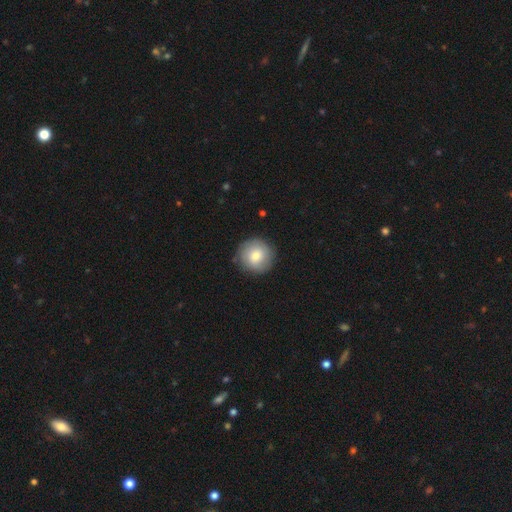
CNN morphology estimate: This appears to be a smooth galaxy with no disk features (75%) that is round (94%). Merging: none (86%).